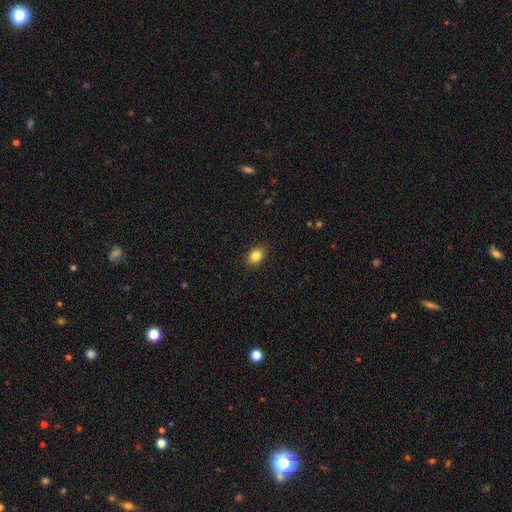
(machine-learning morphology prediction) Smooth or featured? smooth (84%)
How rounded? in between (67%)
Merging? none (88%)